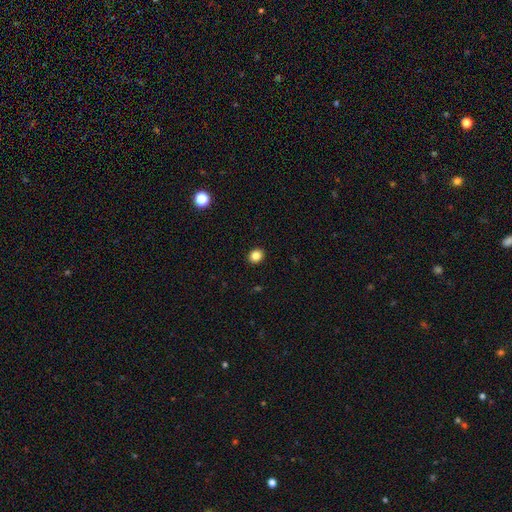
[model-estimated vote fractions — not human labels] smooth_or_featured: smooth (p=0.85) [alt: star or artifact p=0.11]
how_rounded: round (p=0.74) [alt: in between p=0.25]
merging: none (p=0.92) [alt: minor disturbance p=0.05]